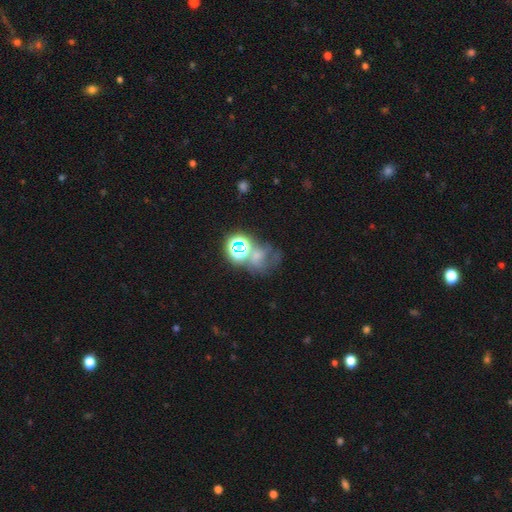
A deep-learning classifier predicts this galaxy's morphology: Q: Smooth or featured?
A: smooth (39%); runner-up: star or artifact (36%)
Q: Merging?
A: none (34%); runner-up: merger (29%)